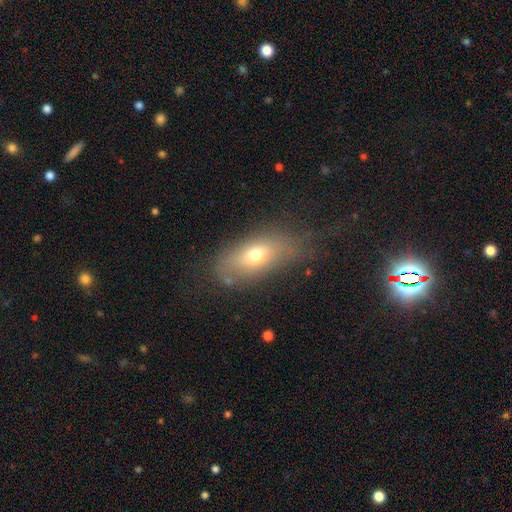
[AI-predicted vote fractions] smooth 65%, featured or disk 24%, star or artifact 11%. Down the decision tree: how rounded — in between (81%); merging — none (64%).